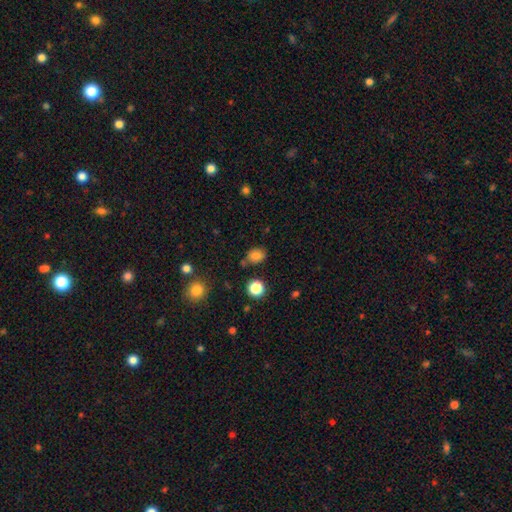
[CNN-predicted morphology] Smooth or featured? Predicted: smooth (p=0.80). How rounded? Predicted: in between (p=0.53). Merging? Predicted: none (p=0.76).